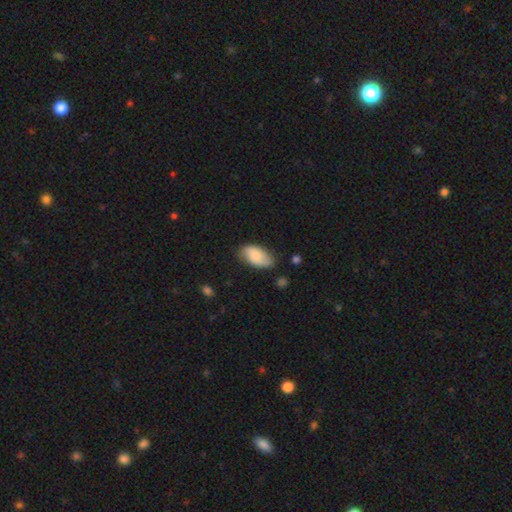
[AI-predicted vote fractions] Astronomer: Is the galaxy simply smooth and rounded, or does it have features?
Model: smooth — 70%.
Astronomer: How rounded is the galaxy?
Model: in between — 94%.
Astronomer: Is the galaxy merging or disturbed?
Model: none — 66%.